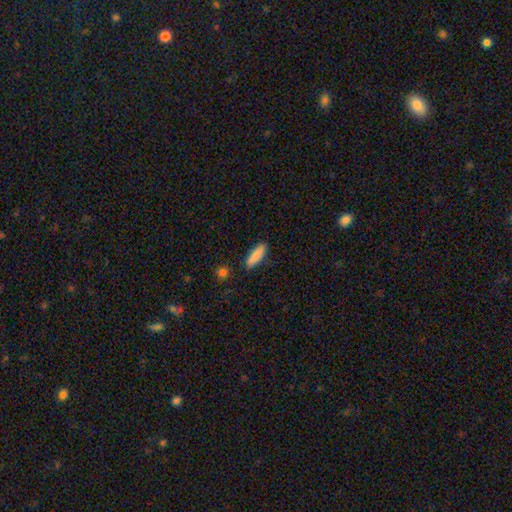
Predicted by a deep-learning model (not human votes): Smooth or featured? Predicted: smooth (p=0.88). How rounded? Predicted: in between (p=0.52). Merging? Predicted: none (p=0.87).